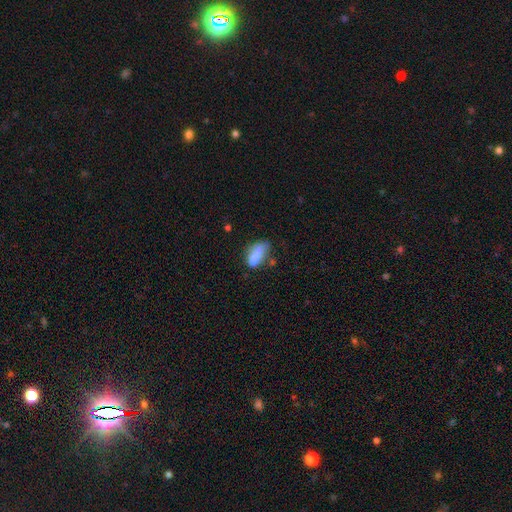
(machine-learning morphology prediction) Smooth or featured: smooth — 80% (featured or disk — 11%)
How rounded: in between — 77% (cigar-shaped — 19%)
Merging: none — 46% (minor disturbance — 33%)